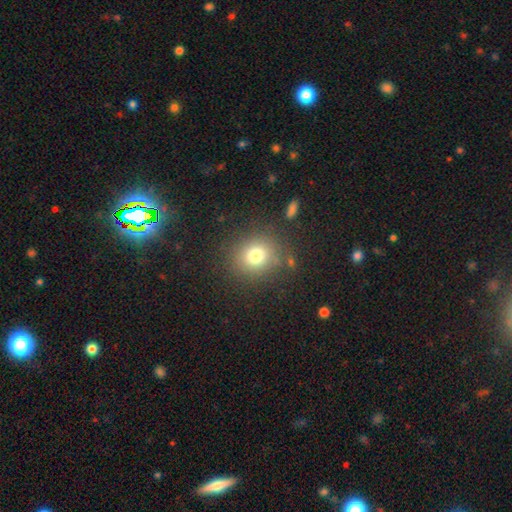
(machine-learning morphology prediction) Smooth or featured? Predicted: smooth (p=0.76). How rounded? Predicted: round (p=0.83). Merging? Predicted: none (p=0.82).